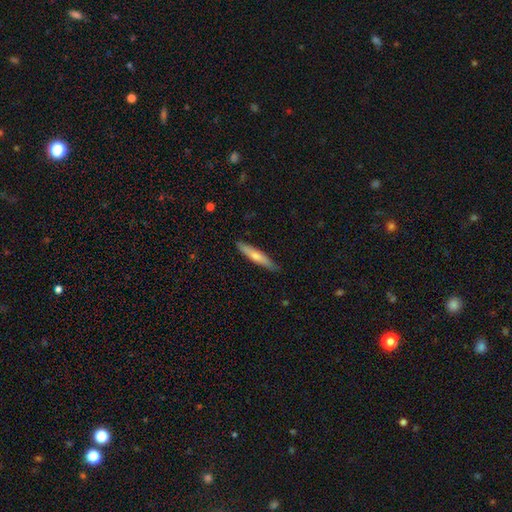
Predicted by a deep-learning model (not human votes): A smooth galaxy with no disk features (66%) that is cigar-shaped (90%).

Vote fractions:
- Smooth or featured? smooth: 66% / featured or disk: 29% / star or artifact: 5%
- How rounded? cigar-shaped: 90% / in between: 9% / round: 1%
- Merging? none: 87% / minor disturbance: 10% / major disturbance: 2% / merger: 1%